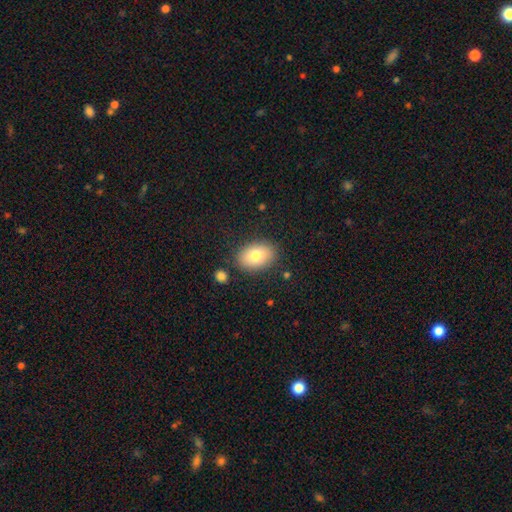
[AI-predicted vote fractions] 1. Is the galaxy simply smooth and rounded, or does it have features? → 78% smooth, 14% featured or disk, 8% star or artifact.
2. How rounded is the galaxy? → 82% in between, 17% round, 1% cigar-shaped.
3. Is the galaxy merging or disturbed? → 84% none, 10% minor disturbance, 3% major disturbance, 3% merger.